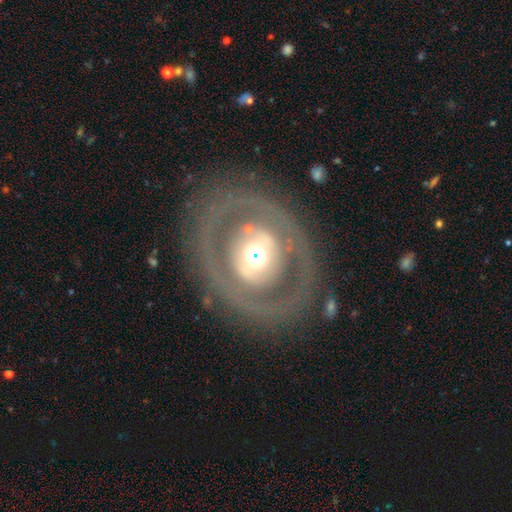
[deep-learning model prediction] Morphology: type=featured or disk (61%); edge-on=no (93%); bar=no (81%); spiral arms=no (84%); bulge=moderate (55%); merging=none (77%).